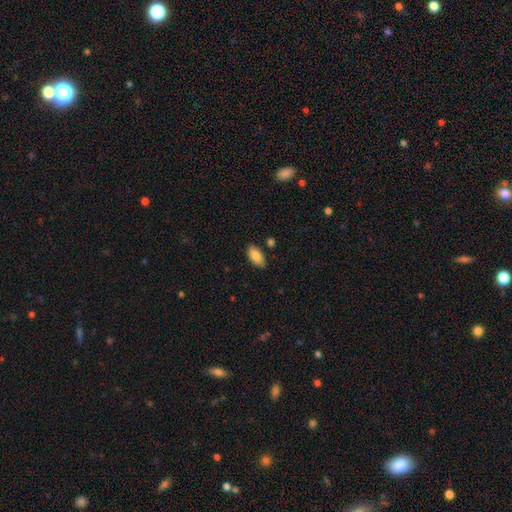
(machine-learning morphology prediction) Smooth or featured: smooth — 86% (star or artifact — 7%)
How rounded: in between — 93% (cigar-shaped — 4%)
Merging: none — 82% (minor disturbance — 13%)